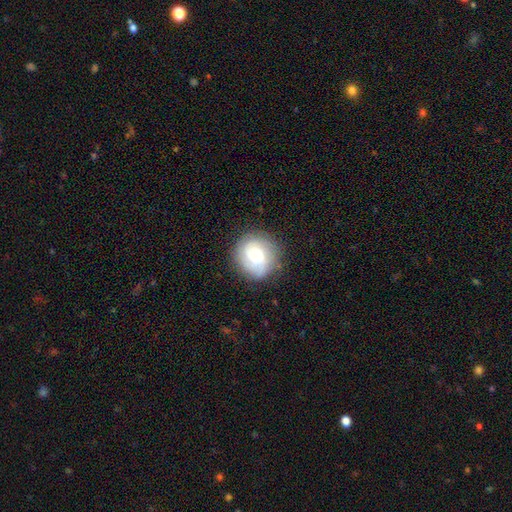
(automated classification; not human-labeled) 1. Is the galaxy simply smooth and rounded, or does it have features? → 52% featured or disk, 40% smooth, 8% star or artifact.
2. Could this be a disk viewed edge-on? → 97% no, 3% yes.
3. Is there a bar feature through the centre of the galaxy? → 68% no, 27% weak, 5% strong.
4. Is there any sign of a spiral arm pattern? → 87% yes, 13% no.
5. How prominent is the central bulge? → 46% moderate, 43% small, 7% large, 2% none, 2% dominant.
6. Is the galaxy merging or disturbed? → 80% none, 13% minor disturbance, 5% major disturbance, 1% merger.